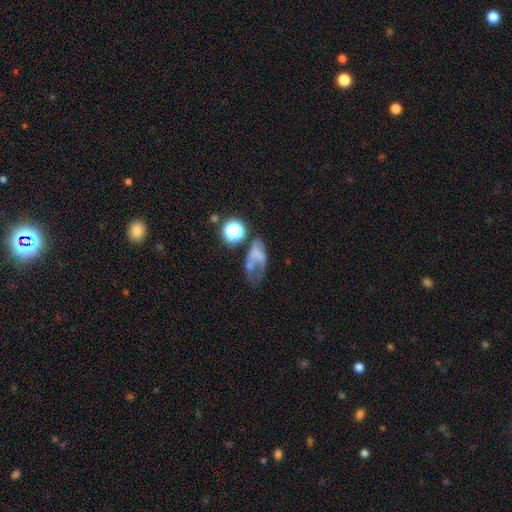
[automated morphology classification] smooth-or-featured: smooth: 44% | featured or disk: 38% | star or artifact: 18%
  merging: major disturbance: 42% | none: 24% | minor disturbance: 20% | merger: 14%